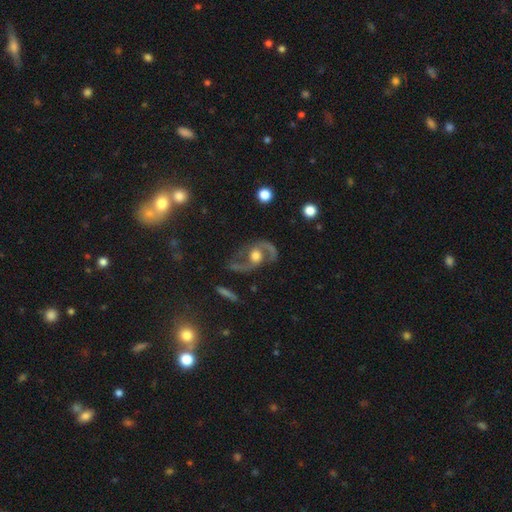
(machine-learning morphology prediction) smooth_or_featured: featured or disk (p=0.84) [alt: smooth p=0.10]
disk_edge_on: no (p=0.96) [alt: yes p=0.04]
bar: no (p=0.64) [alt: weak p=0.27]
has_spiral_arms: yes (p=0.89) [alt: no p=0.11]
spiral_winding: medium (p=0.46) [alt: loose p=0.44]
spiral_arm_count: 2 (p=0.91) [alt: 1 p=0.03]
bulge_size: moderate (p=0.54) [alt: large p=0.33]
merging: none (p=0.64) [alt: major disturbance p=0.17]